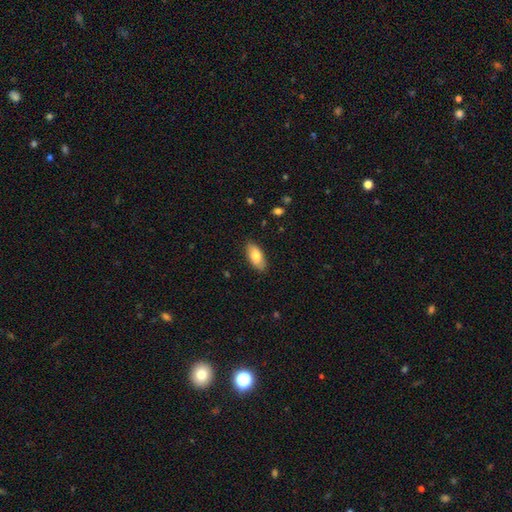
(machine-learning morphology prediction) This is likely a smooth galaxy (79%). How rounded: clearly in between (89%). Merging: clearly none (86%).